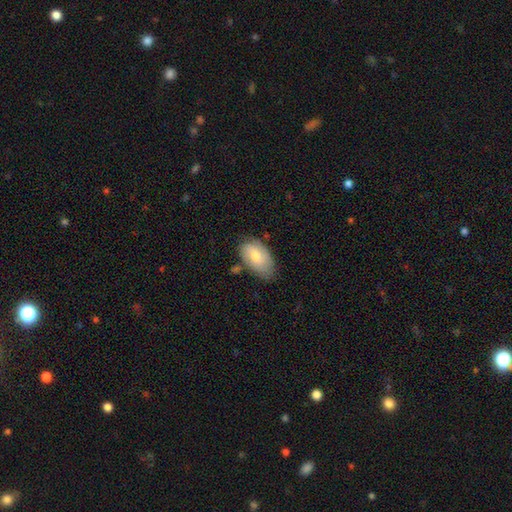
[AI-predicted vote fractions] smooth 64%, featured or disk 29%, star or artifact 7%. Down the decision tree: how rounded — in between (92%); merging — none (59%).